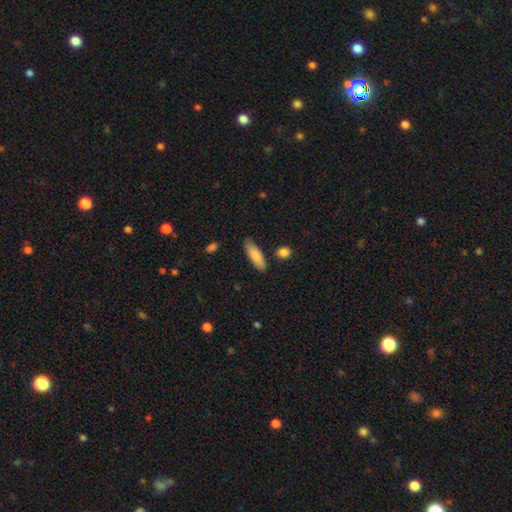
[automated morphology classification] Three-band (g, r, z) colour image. It shows a smooth galaxy with no disk features (83%) that is in between round and cigar-shaped (57%). Merging: none (82%).